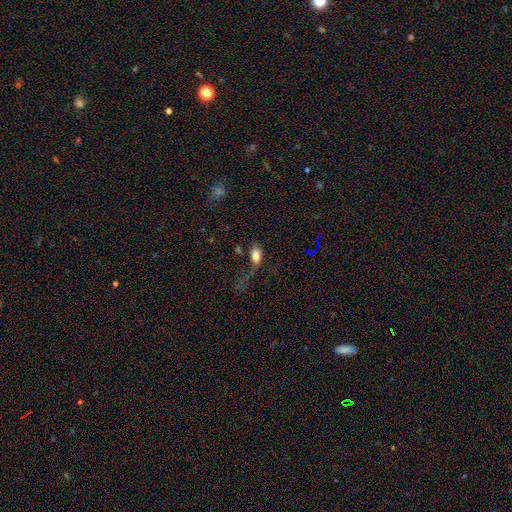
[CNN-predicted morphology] Overall: smooth (78%). How rounded: in between (89%). Merging: major disturbance (41%; none 32%).